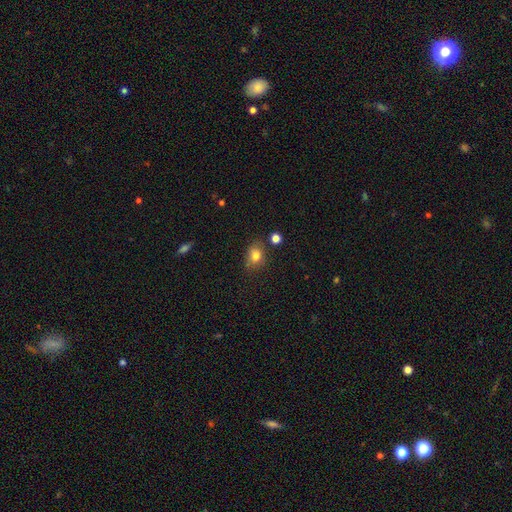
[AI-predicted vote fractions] Morphology: type=smooth (79%); roundness=in between (51%); merging=none (70%).